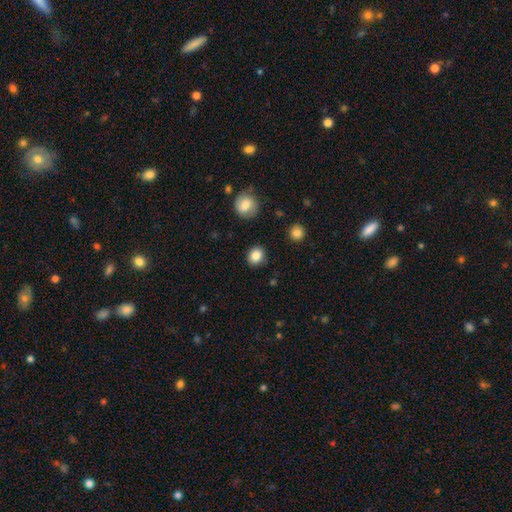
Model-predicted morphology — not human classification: smooth 86%, star or artifact 9%, featured or disk 5%. Down the decision tree: how rounded — round (76%); merging — none (88%).